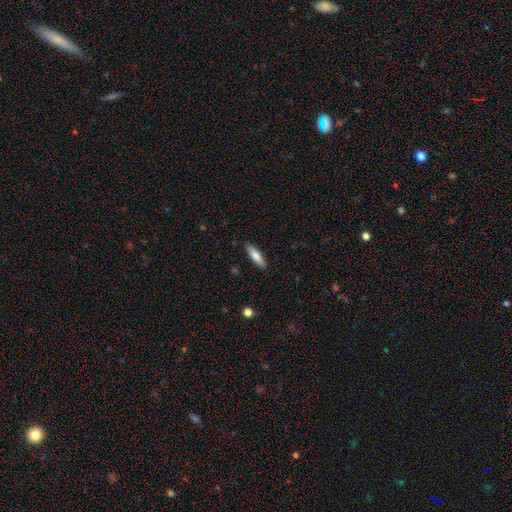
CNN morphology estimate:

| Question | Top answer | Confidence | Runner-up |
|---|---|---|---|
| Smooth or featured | smooth | 75% | featured or disk (19%) |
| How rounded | cigar-shaped | 63% | in between (36%) |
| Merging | none | 88% | minor disturbance (9%) |